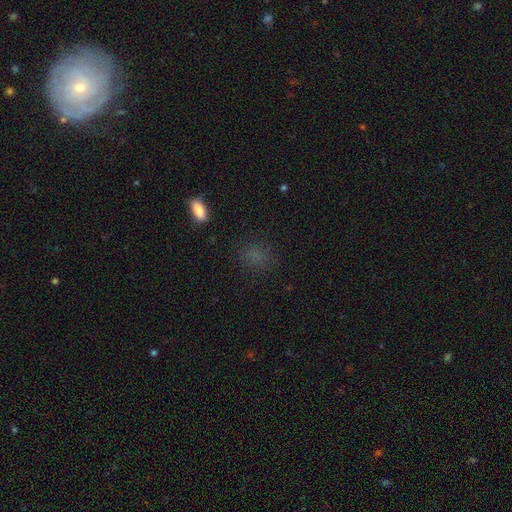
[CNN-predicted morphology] Smooth or featured: smooth — 69% (star or artifact — 22%)
How rounded: round — 48% (tied with in between — 48%)
Merging: none — 77% (minor disturbance — 14%)